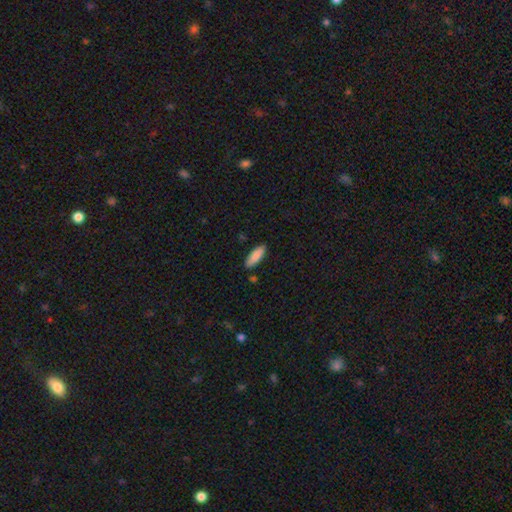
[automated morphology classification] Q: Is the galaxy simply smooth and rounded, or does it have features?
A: smooth — 87%.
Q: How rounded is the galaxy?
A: in between — 58%.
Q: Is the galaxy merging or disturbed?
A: none — 86%.